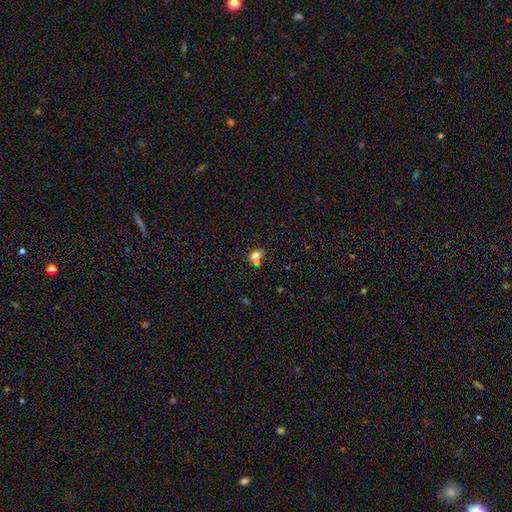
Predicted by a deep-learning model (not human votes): Smooth or featured? Predicted: smooth (p=0.76). How rounded? Predicted: in between (p=0.54). Merging? Predicted: none (p=0.55).